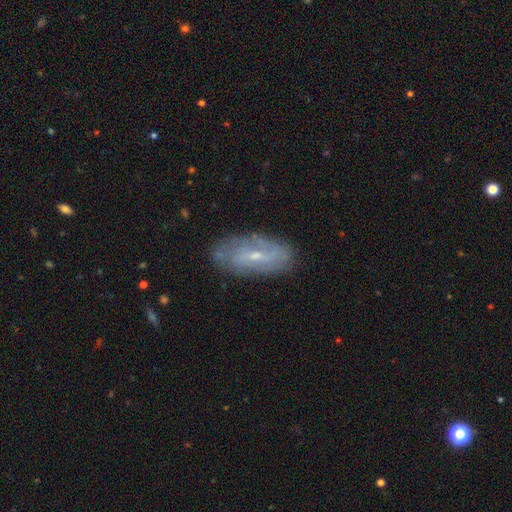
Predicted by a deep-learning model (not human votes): Q: Smooth or featured?
A: featured or disk (67%); runner-up: smooth (25%)
Q: Edge-on disk?
A: no (89%); runner-up: yes (11%)
Q: Bar?
A: weak (49%); runner-up: no (32%)
Q: Spiral arms?
A: yes (73%); runner-up: no (27%)
Q: Bulge size?
A: small (67%); runner-up: moderate (29%)
Q: Merging?
A: none (76%); runner-up: minor disturbance (17%)